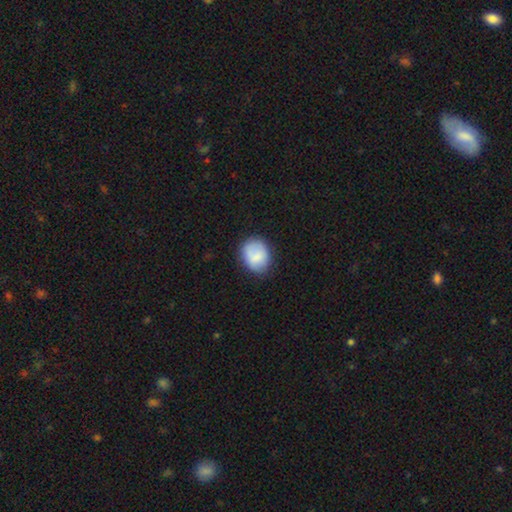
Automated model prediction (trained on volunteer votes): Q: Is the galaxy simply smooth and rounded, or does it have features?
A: smooth — 80%.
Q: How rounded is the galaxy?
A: round — 56%.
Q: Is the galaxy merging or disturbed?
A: none — 73%.